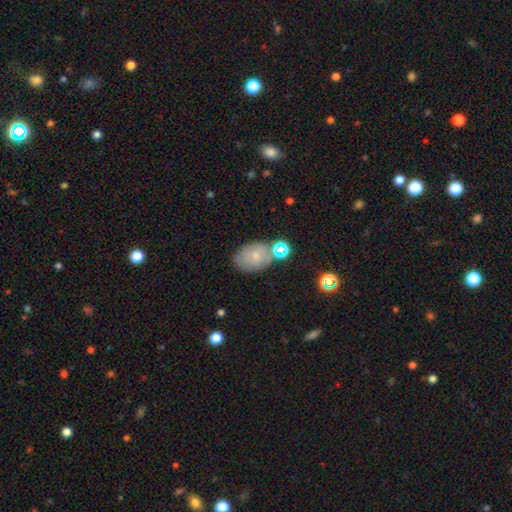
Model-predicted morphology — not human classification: Smooth or featured?
  - smooth: 69% *
  - featured or disk: 21%
  - star or artifact: 11%
How rounded?
  - in between: 83% *
  - round: 15%
  - cigar-shaped: 1%
Merging?
  - none: 62% *
  - minor disturbance: 19%
  - merger: 13%
  - major disturbance: 6%